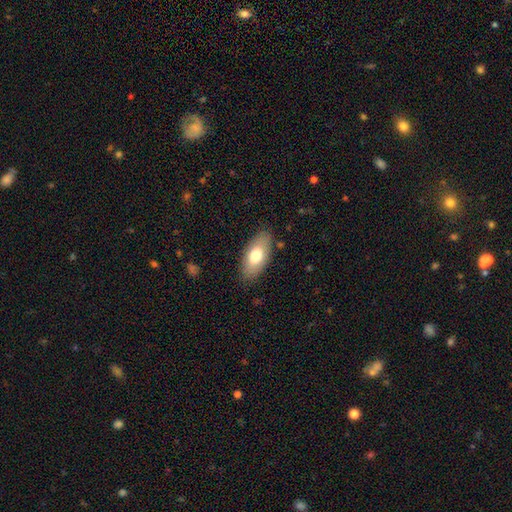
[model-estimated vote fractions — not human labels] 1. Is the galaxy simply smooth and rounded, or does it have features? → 72% smooth, 22% featured or disk, 6% star or artifact.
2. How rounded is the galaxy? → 90% in between, 7% cigar-shaped, 3% round.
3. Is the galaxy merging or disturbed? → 85% none, 12% minor disturbance, 3% major disturbance, 1% merger.